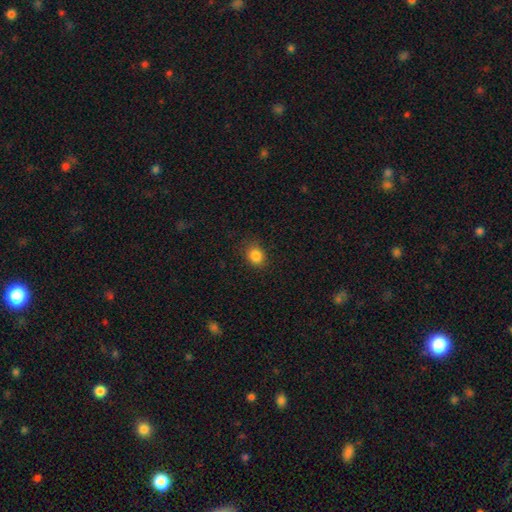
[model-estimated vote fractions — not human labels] Smooth or featured? smooth (85%)
How rounded? round (60%)
Merging? none (84%)